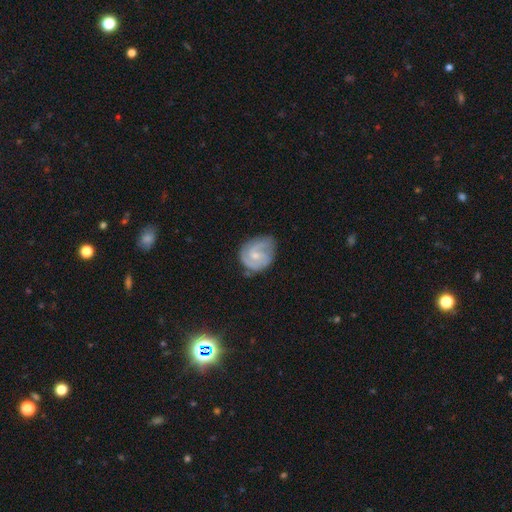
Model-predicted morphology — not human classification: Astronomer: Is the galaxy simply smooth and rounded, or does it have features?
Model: featured or disk — 78%.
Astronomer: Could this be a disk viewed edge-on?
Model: no — 98%.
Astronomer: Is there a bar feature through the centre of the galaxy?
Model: weak — 51% (runner-up: no, 41%).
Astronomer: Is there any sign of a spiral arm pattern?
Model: yes — 95%.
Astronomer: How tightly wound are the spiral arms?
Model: medium — 44%, tied with tight at 44%.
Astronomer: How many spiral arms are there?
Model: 2 — 59%.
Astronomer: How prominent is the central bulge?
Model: small — 60%.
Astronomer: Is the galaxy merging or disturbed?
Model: none — 59%.